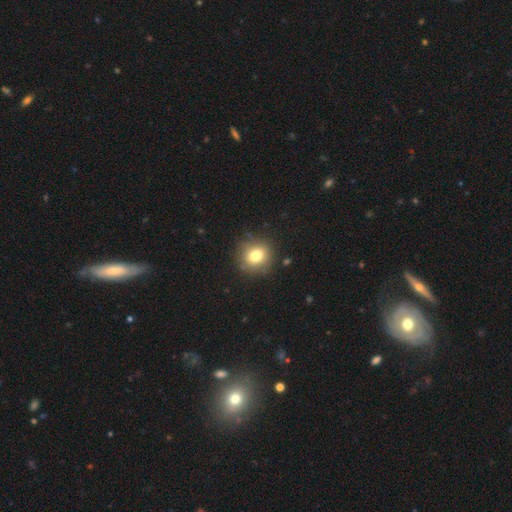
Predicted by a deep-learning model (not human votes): smooth_or_featured: smooth (p=0.77) [alt: star or artifact p=0.12]
how_rounded: round (p=0.85) [alt: in between p=0.14]
merging: none (p=0.84) [alt: minor disturbance p=0.11]